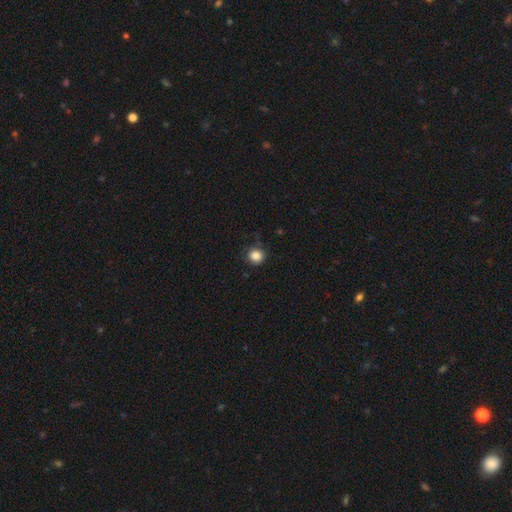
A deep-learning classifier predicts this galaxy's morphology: Overall: smooth (85%). How rounded: round (91%). Merging: none (83%).